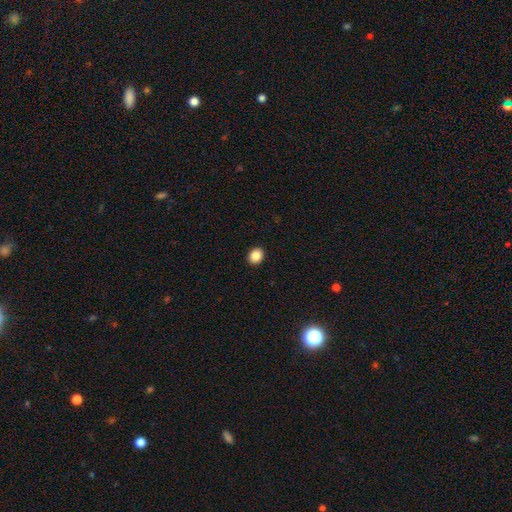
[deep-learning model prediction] Overall: smooth (86%). How rounded: round (61%; in between 38%). Merging: none (93%).